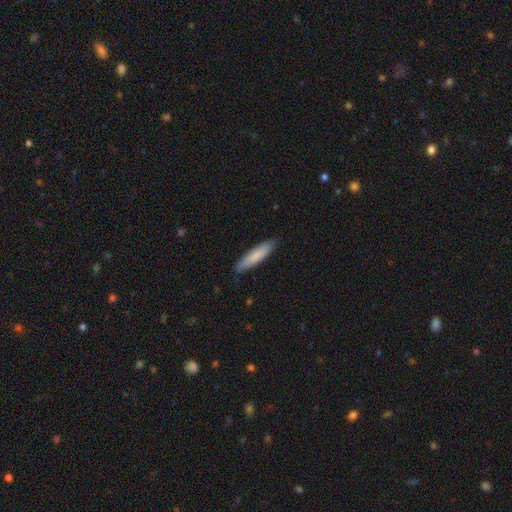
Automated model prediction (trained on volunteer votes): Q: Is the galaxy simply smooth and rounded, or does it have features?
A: smooth — 82%.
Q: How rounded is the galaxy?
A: cigar-shaped — 80%.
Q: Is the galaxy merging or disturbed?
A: none — 87%.